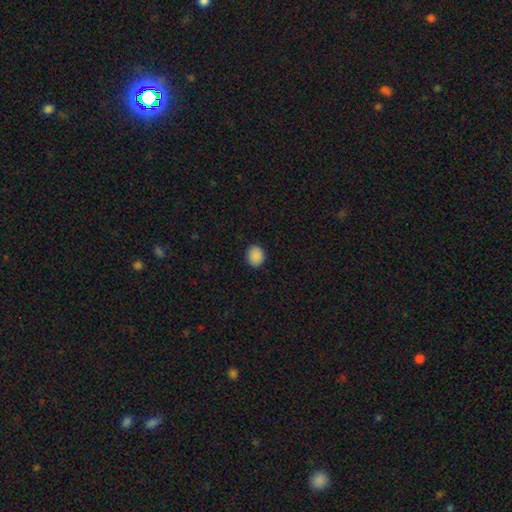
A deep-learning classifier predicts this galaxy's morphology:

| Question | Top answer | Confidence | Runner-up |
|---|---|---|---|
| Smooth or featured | smooth | 89% | star or artifact (9%) |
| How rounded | round | 70% | in between (29%) |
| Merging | none | 89% | minor disturbance (8%) |